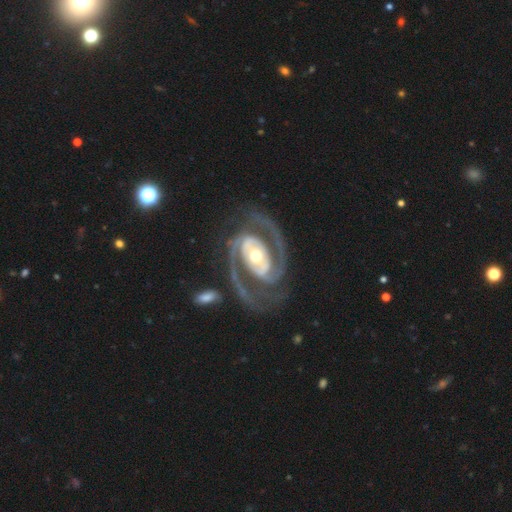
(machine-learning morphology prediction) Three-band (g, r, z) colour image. It shows a featured or disk galaxy (93%) with no bar (39%), 2 (90%) medium (52%) spiral arms (98%) and a moderate central bulge (70%). Merging: none (70%).